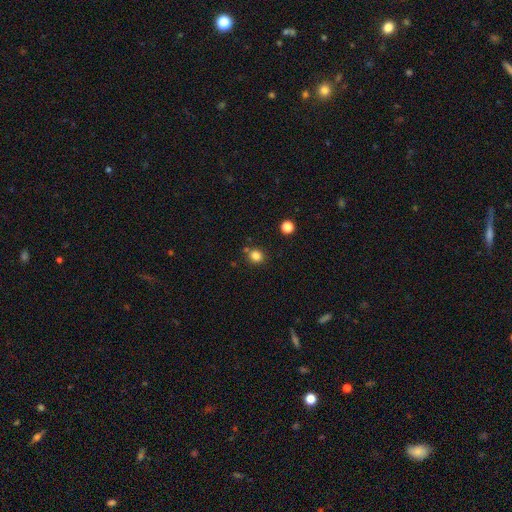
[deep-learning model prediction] This appears to be a smooth galaxy with no disk features (82%) that is round (87%). Merging: none (81%).